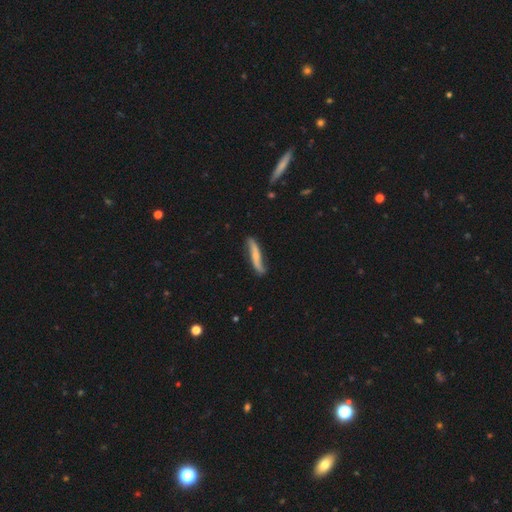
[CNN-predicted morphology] Overall: featured or disk (60%; smooth 35%). Edge-on disk: no (51%; yes 49%). Merging: none (73%).